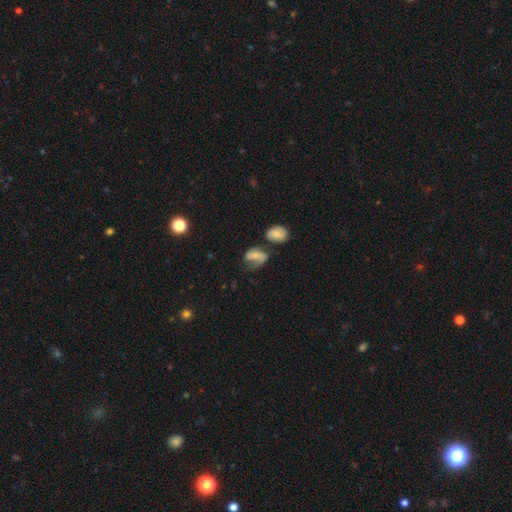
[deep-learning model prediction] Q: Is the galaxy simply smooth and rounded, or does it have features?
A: featured or disk — 48%.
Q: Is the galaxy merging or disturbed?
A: none — 42%.